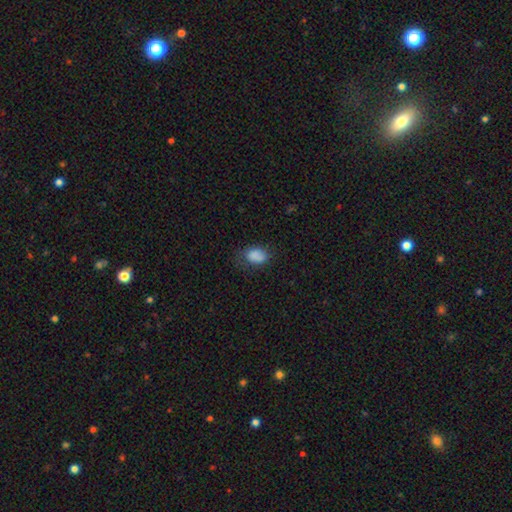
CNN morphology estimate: smooth 84%, star or artifact 10%, featured or disk 6%. Down the decision tree: how rounded — in between (80%); merging — none (56%).